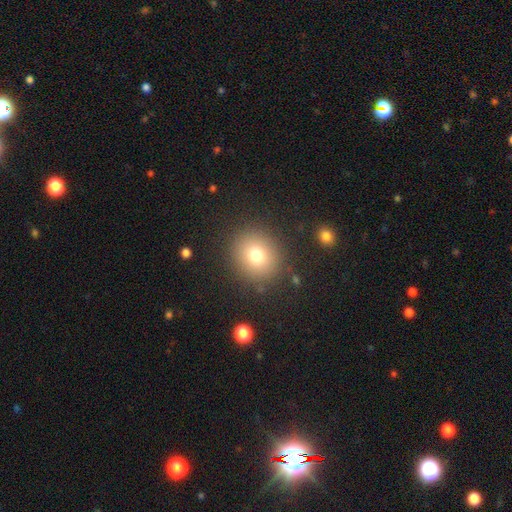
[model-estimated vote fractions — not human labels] smooth 76%, star or artifact 14%, featured or disk 10%. Down the decision tree: how rounded — round (84%); merging — none (89%).